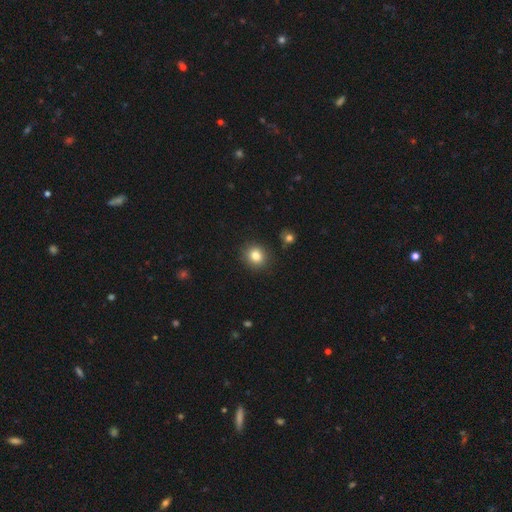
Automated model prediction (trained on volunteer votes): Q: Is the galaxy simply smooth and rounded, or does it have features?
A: smooth — 82%.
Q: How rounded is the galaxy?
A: round — 83%.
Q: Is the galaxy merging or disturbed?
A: none — 89%.